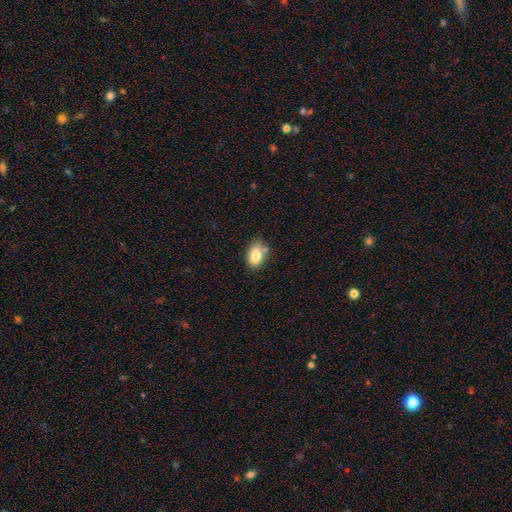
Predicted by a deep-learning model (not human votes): This is clearly a smooth galaxy (83%). How rounded: clearly in between (83%). Merging: likely none (69%).